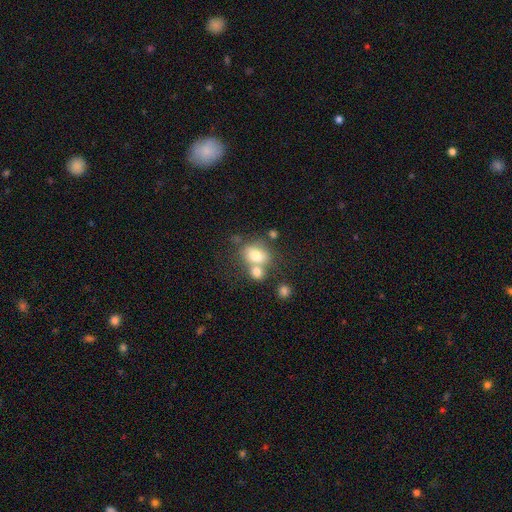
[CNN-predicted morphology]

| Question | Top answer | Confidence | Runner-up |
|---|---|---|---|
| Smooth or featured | smooth | 74% | featured or disk (16%) |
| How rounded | in between | 50% | round (49%) |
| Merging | merger | 44% | none (40%) |